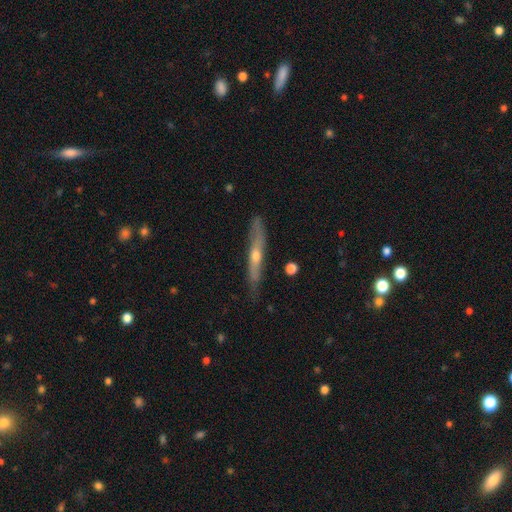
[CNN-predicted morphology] This appears to be a featured or disk galaxy (65%) viewed edge-on (89%) with a rounded central bulge (81%). Merging: none (83%).